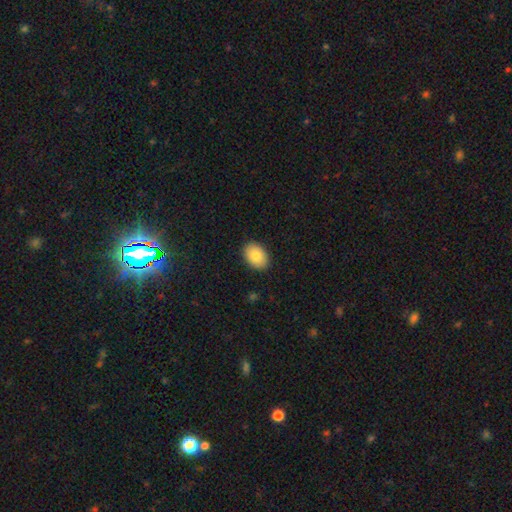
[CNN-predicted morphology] This appears to be a smooth galaxy with no disk features (85%) that is in between round and cigar-shaped (82%). Merging: none (89%).